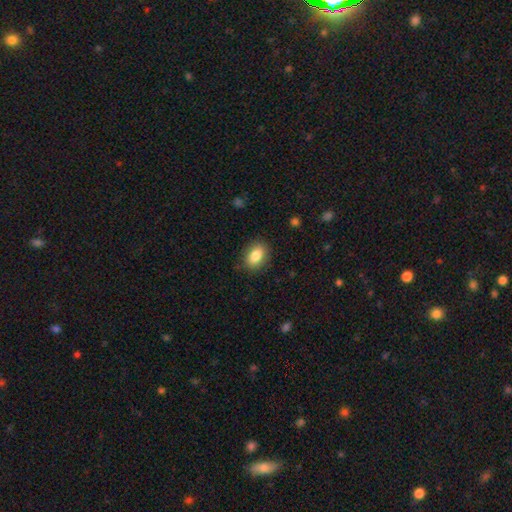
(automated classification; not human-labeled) A smooth galaxy with no disk features (85%) that is in between round and cigar-shaped (83%).

Vote fractions:
- Smooth or featured? smooth: 85% / star or artifact: 8% / featured or disk: 7%
- How rounded? in between: 83% / round: 15% / cigar-shaped: 2%
- Merging? none: 86% / minor disturbance: 10% / major disturbance: 3% / merger: 1%